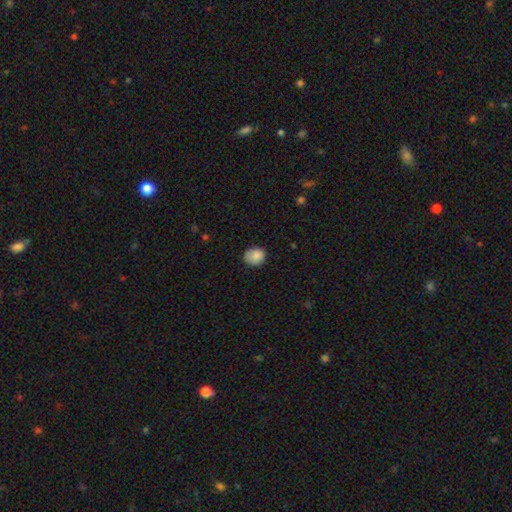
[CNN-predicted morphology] The model was most divided on "how rounded": round: 62%, in between: 37%, cigar-shaped: 1%. More confident: smooth or featured — smooth (86%); merging — none (71%).